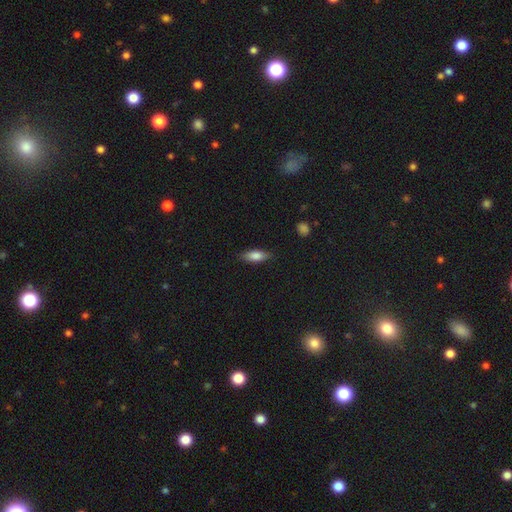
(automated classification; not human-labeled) This is likely a smooth galaxy (79%). How rounded: likely in between (67%). Merging: clearly none (84%).